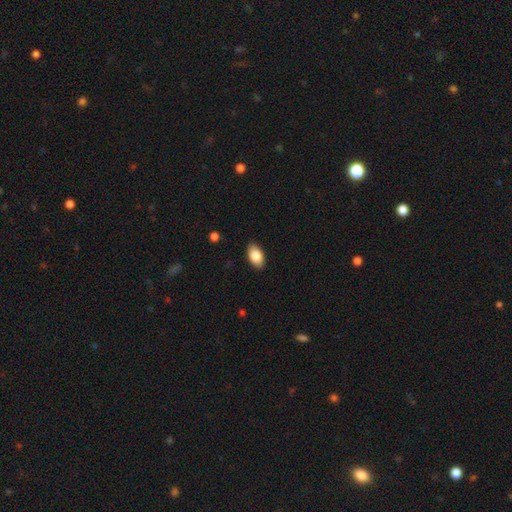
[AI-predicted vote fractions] Q: Smooth or featured?
A: smooth (84%); runner-up: featured or disk (9%)
Q: How rounded?
A: in between (93%); runner-up: round (5%)
Q: Merging?
A: none (88%); runner-up: minor disturbance (9%)